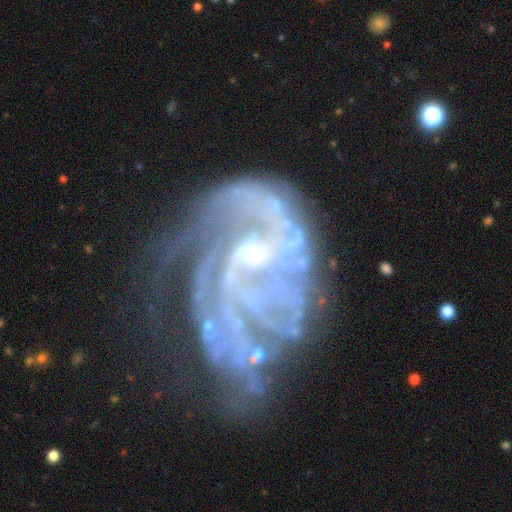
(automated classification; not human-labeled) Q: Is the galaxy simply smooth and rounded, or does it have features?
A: featured or disk — 84%.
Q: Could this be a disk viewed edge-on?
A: no — 98%.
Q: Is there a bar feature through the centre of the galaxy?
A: no — 61%.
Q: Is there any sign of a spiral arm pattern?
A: yes — 88%.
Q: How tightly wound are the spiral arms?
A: tight — 57%.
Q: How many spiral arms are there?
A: can't tell — 39%.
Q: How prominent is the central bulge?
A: small — 49%.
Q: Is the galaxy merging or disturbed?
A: major disturbance — 37%.